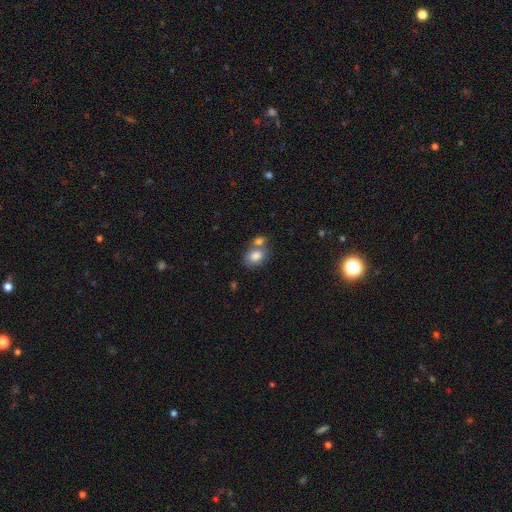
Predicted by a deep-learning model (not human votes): Overall: smooth (82%). How rounded: in between (64%; round 35%). Merging: merger (44%; none 40%).